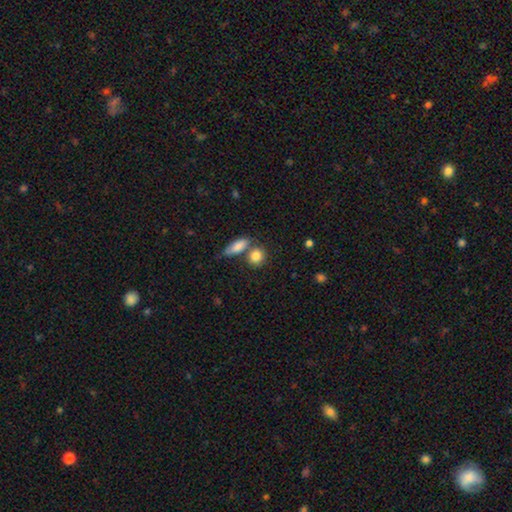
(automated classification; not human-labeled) Q: Smooth or featured?
A: smooth (85%); runner-up: star or artifact (8%)
Q: How rounded?
A: round (60%); runner-up: in between (35%)
Q: Merging?
A: none (57%); runner-up: merger (28%)